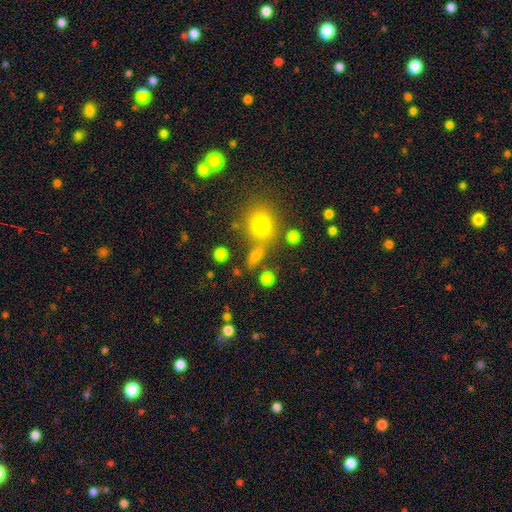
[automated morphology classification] Q: Smooth or featured?
A: smooth (73%); runner-up: star or artifact (16%)
Q: How rounded?
A: in between (46%); runner-up: round (42%)
Q: Merging?
A: none (63%); runner-up: merger (21%)